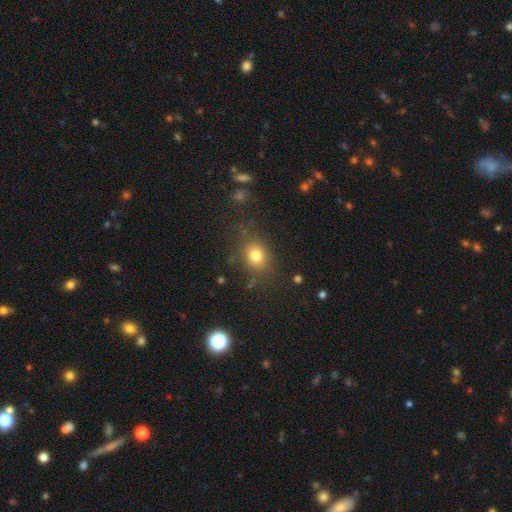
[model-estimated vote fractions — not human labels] smooth-or-featured: smooth: 80% | star or artifact: 13% | featured or disk: 7%
  how-rounded: round: 51% | in between: 48% | cigar-shaped: 1%
  merging: none: 79% | minor disturbance: 13% | major disturbance: 5% | merger: 3%